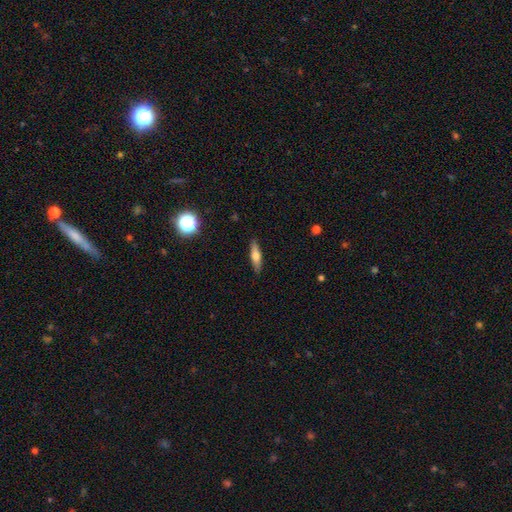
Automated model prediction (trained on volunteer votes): smooth 58%, featured or disk 34%, star or artifact 8%. Down the decision tree: how rounded — cigar-shaped (63%); merging — none (87%).